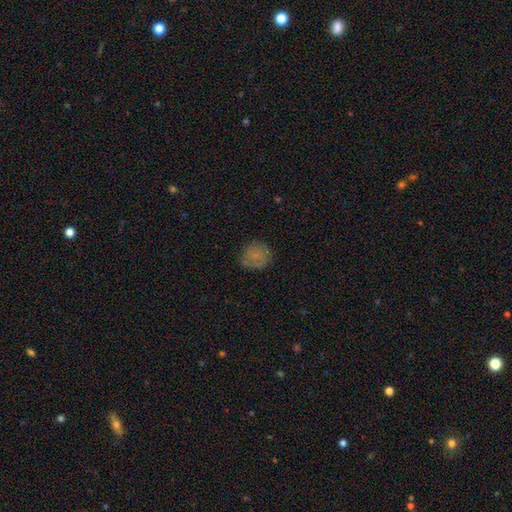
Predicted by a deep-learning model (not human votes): Smooth or featured? smooth (69%)
How rounded? round (80%)
Merging? none (70%)